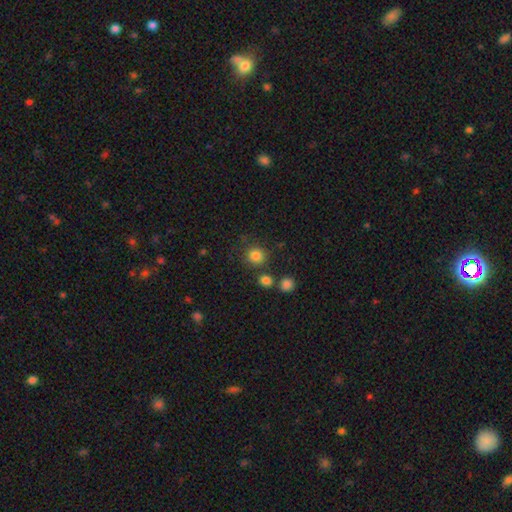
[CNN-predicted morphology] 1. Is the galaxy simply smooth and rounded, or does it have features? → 83% smooth, 12% star or artifact, 5% featured or disk.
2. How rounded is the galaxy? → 89% round, 10% in between, 1% cigar-shaped.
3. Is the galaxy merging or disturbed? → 79% none, 9% minor disturbance, 8% merger, 4% major disturbance.